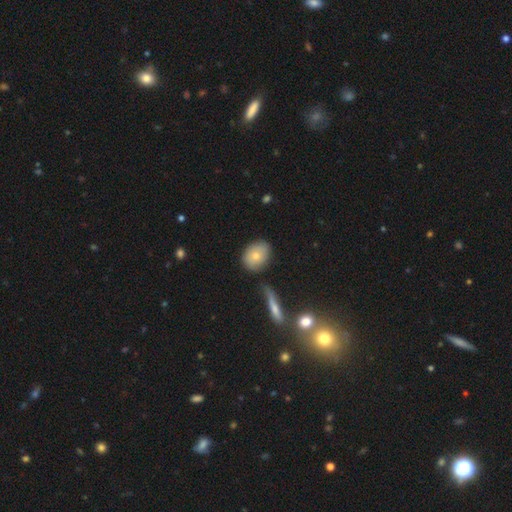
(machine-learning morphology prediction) A smooth galaxy with no disk features (75%) that is in between round and cigar-shaped (65%).

Vote fractions:
- Smooth or featured? smooth: 75% / featured or disk: 18% / star or artifact: 7%
- How rounded? in between: 65% / round: 33% / cigar-shaped: 2%
- Merging? none: 75% / minor disturbance: 15% / merger: 6% / major disturbance: 4%